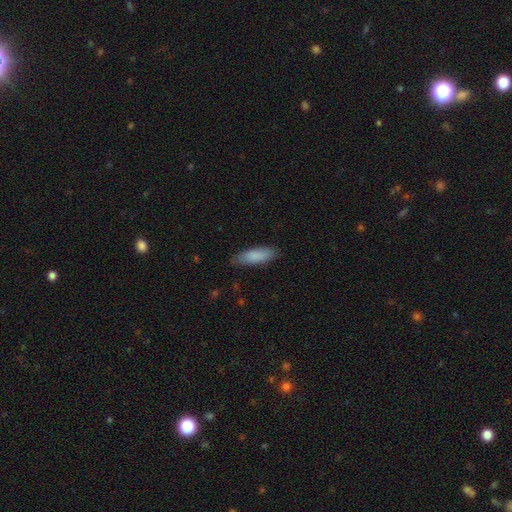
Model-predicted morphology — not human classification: smooth-or-featured: smooth: 86% | featured or disk: 8% | star or artifact: 6%
  how-rounded: cigar-shaped: 55% | in between: 43% | round: 1%
  merging: none: 85% | minor disturbance: 12% | major disturbance: 2% | merger: 1%